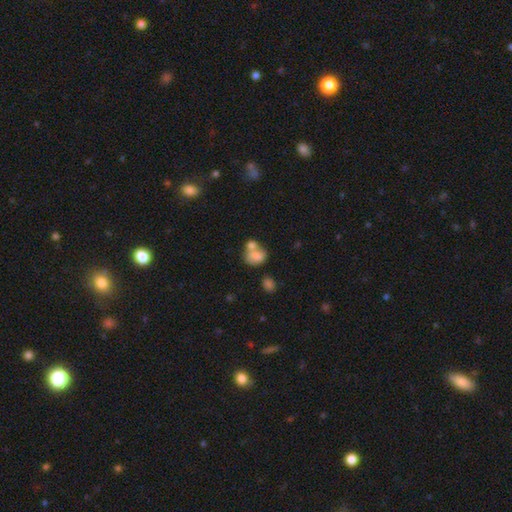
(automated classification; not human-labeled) smooth-or-featured: smooth: 73% | featured or disk: 17% | star or artifact: 10%
  how-rounded: in between: 56% | round: 43% | cigar-shaped: 1%
  merging: merger: 55% | none: 27% | minor disturbance: 11% | major disturbance: 7%